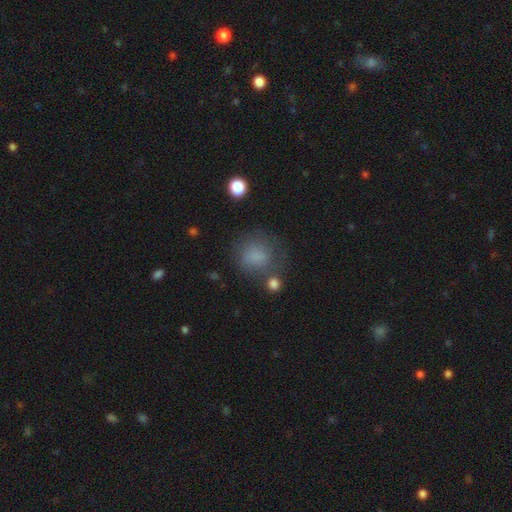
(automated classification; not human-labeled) smooth 77%, star or artifact 13%, featured or disk 10%. Down the decision tree: how rounded — round (79%); merging — none (62%).